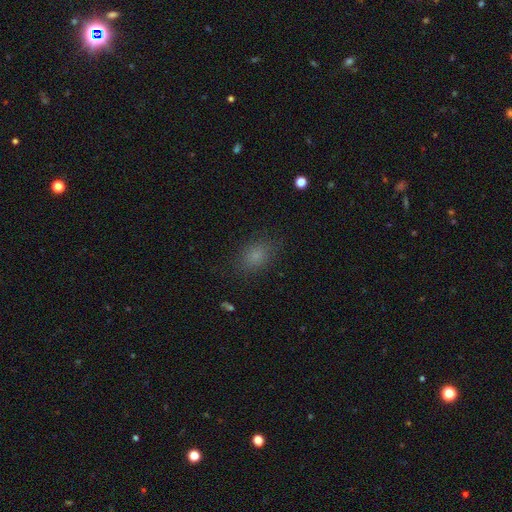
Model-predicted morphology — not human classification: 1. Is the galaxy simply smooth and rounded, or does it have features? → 79% smooth, 14% star or artifact, 7% featured or disk.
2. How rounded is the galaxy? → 69% in between, 29% round, 2% cigar-shaped.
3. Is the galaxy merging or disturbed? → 81% none, 13% minor disturbance, 5% major disturbance, 1% merger.